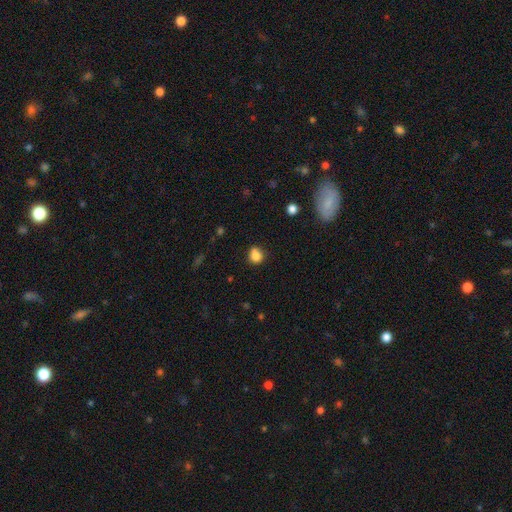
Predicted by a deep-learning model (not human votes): This is clearly a smooth galaxy (82%). How rounded: likely round (66%). Merging: possibly none (58%).